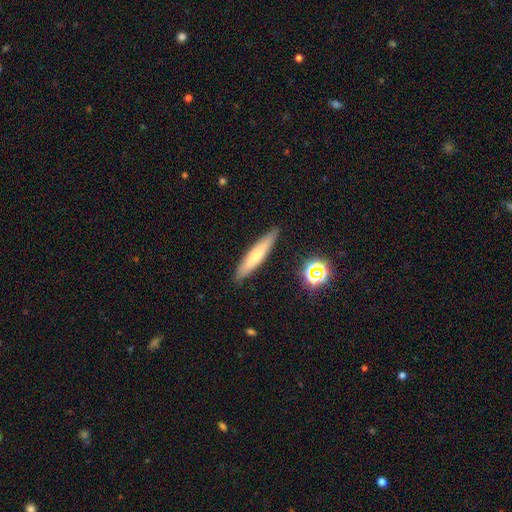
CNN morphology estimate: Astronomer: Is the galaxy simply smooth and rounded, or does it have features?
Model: smooth — 64%.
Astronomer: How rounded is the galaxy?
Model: cigar-shaped — 88%.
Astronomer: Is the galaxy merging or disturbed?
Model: none — 89%.